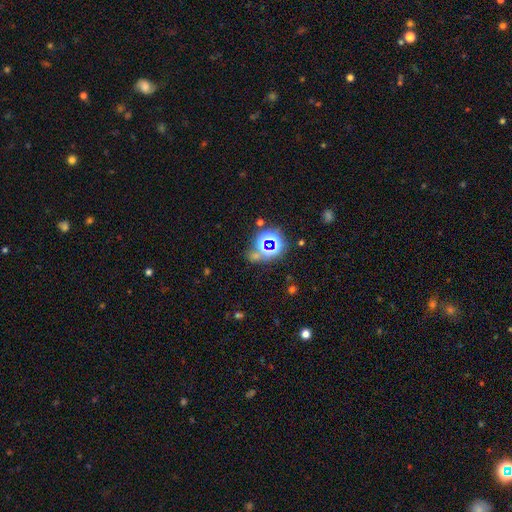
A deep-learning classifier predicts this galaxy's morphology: A star or artifact, not a galaxy (72%).

Vote fractions:
- Smooth or featured? star or artifact: 72% / smooth: 19% / featured or disk: 9%